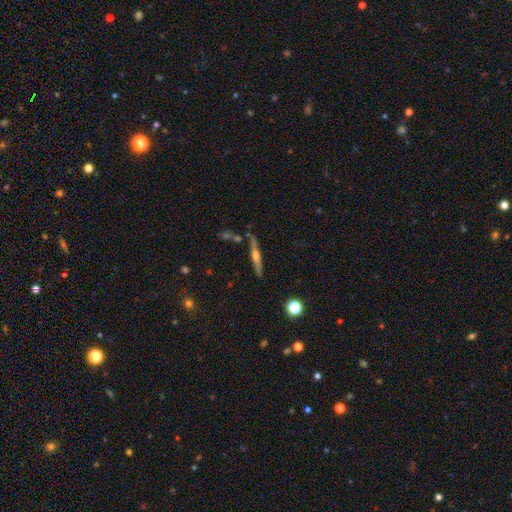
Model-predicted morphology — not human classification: Smooth or featured: featured or disk — 61% (smooth — 31%)
Edge-on disk: yes — 96% (no — 4%)
Edge-on bulge: rounded — 83% (none — 10%)
Merging: none — 80% (minor disturbance — 11%)